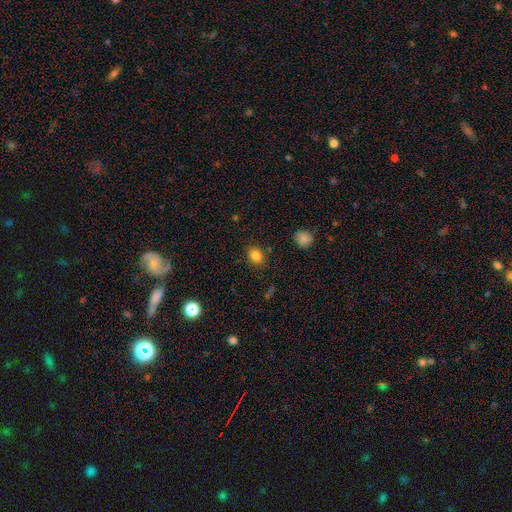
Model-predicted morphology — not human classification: smooth_or_featured: smooth (p=0.83) [alt: star or artifact p=0.12]
how_rounded: in between (p=0.52) [alt: round p=0.47]
merging: none (p=0.84) [alt: minor disturbance p=0.11]